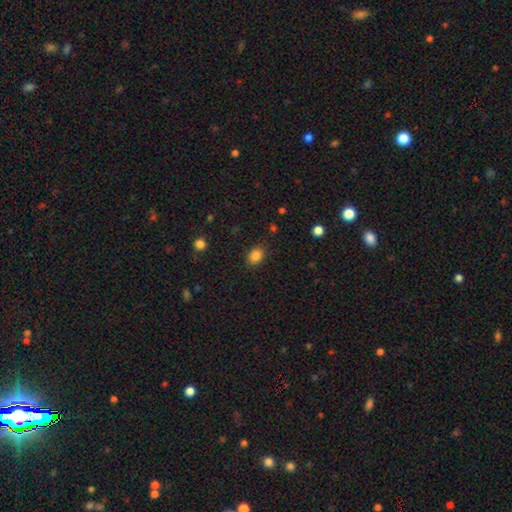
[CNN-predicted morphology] Smooth or featured? smooth (85%)
How rounded? in between (65%)
Merging? none (86%)